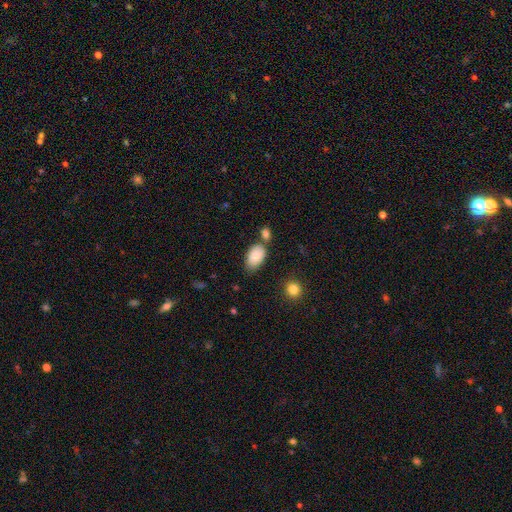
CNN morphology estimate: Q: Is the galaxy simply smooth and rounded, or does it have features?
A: smooth — 82%.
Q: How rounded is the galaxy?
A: in between — 92%.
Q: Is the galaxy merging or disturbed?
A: none — 60%.